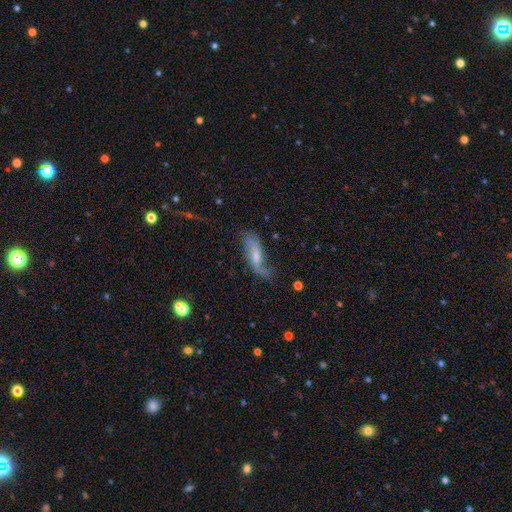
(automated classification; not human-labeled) Q: Smooth or featured?
A: featured or disk (69%); runner-up: smooth (23%)
Q: Edge-on disk?
A: no (81%); runner-up: yes (19%)
Q: Bar?
A: no (41%); tied with: weak (41%)
Q: Spiral arms?
A: yes (86%); runner-up: no (14%)
Q: Bulge size?
A: small (46%); runner-up: moderate (39%)
Q: Merging?
A: none (51%); runner-up: minor disturbance (27%)